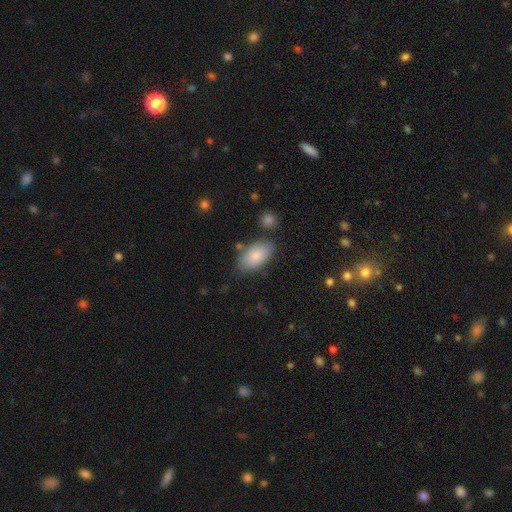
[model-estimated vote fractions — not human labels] Q: Smooth or featured?
A: smooth (82%); runner-up: featured or disk (12%)
Q: How rounded?
A: in between (94%); runner-up: round (4%)
Q: Merging?
A: none (74%); runner-up: minor disturbance (17%)